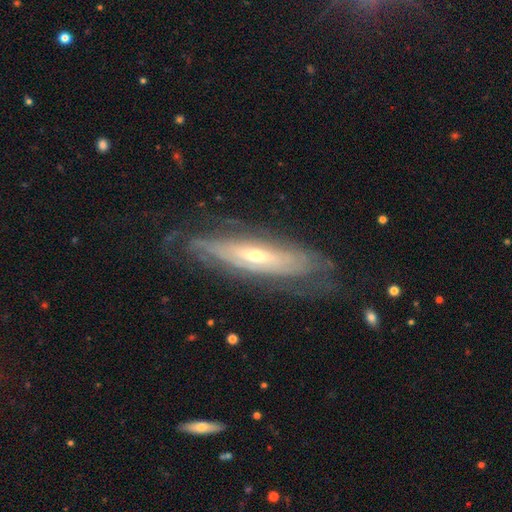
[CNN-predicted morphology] Q: Smooth or featured?
A: featured or disk (80%); runner-up: smooth (14%)
Q: Edge-on disk?
A: no (62%); runner-up: yes (38%)
Q: Merging?
A: none (67%); runner-up: minor disturbance (19%)